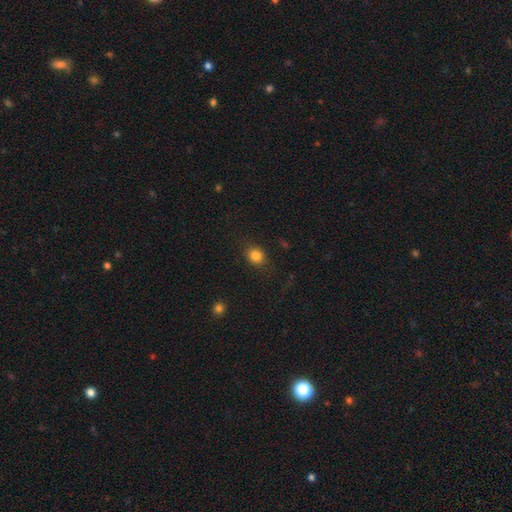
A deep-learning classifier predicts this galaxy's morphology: Q: Smooth or featured?
A: smooth (84%); runner-up: star or artifact (11%)
Q: How rounded?
A: round (61%); runner-up: in between (37%)
Q: Merging?
A: none (82%); runner-up: minor disturbance (12%)